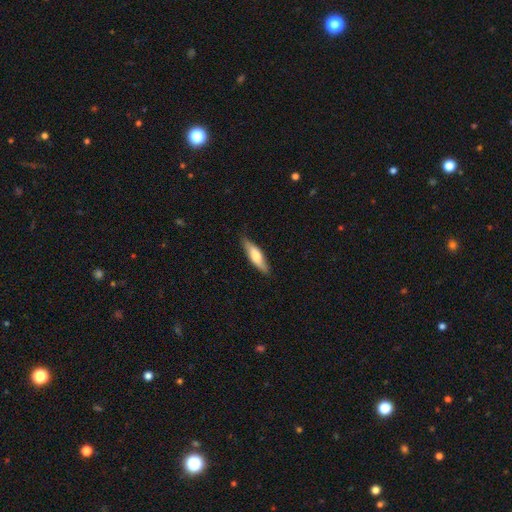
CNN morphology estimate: smooth 64%, featured or disk 31%, star or artifact 5%. Down the decision tree: how rounded — cigar-shaped (64%); merging — none (84%).